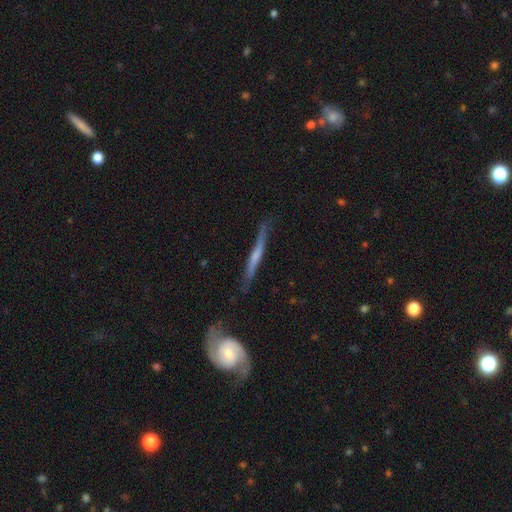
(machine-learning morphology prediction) Smooth or featured?
  - featured or disk: 68% *
  - smooth: 26%
  - star or artifact: 6%
Edge-on disk?
  - yes: 87% *
  - no: 13%
Edge-on bulge?
  - none: 52% *
  - rounded: 34%
  - boxy: 14%
Merging?
  - none: 74% *
  - minor disturbance: 18%
  - major disturbance: 5%
  - merger: 3%